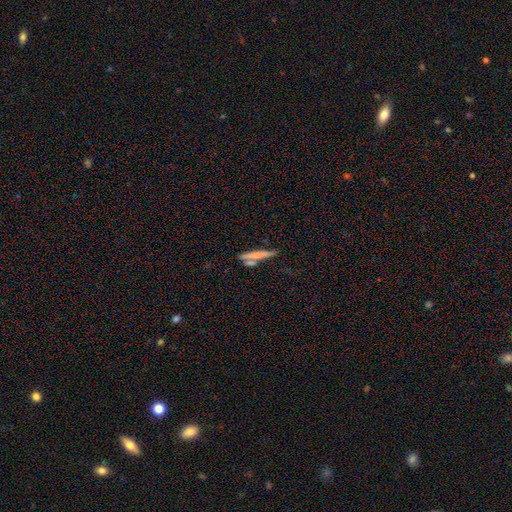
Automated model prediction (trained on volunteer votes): A smooth galaxy with no disk features (58%) that is cigar-shaped (89%). Merging: none (64%).